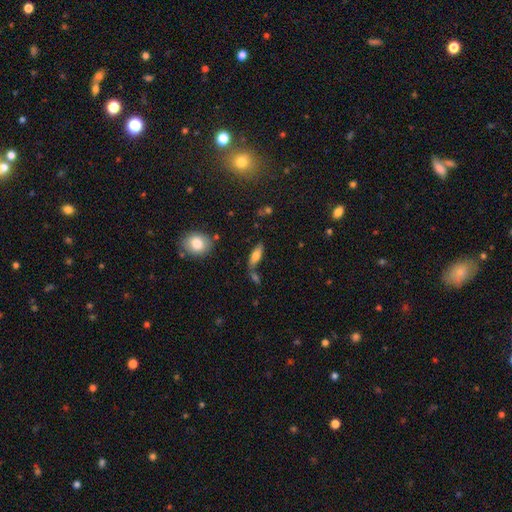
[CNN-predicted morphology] This appears to be a smooth galaxy with no disk features (70%) that is in between round and cigar-shaped (62%). Merging: none (61%).